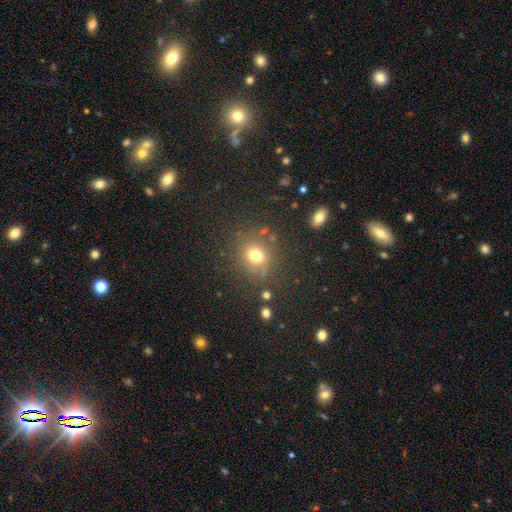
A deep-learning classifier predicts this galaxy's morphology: Smooth or featured: smooth — 73% (star or artifact — 18%)
How rounded: round — 81% (in between — 18%)
Merging: none — 80% (minor disturbance — 11%)